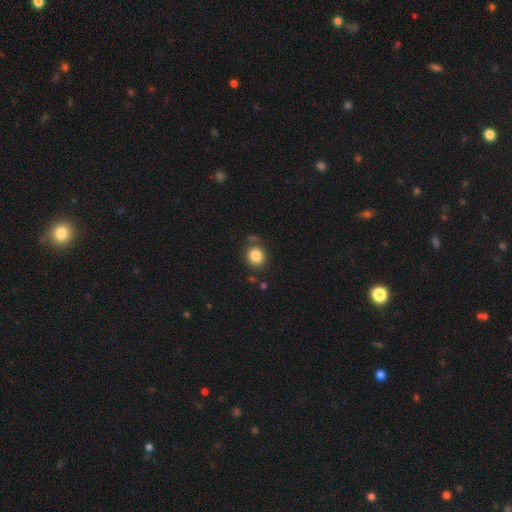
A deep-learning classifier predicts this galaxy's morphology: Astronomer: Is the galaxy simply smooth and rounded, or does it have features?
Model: smooth — 85%.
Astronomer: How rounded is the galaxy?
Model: round — 78%.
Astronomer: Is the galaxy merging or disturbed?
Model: none — 77%.